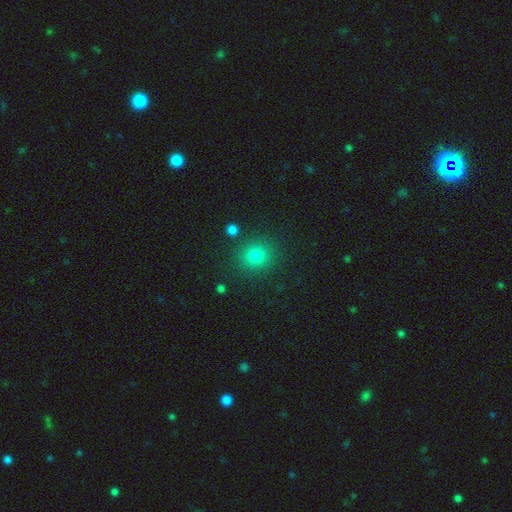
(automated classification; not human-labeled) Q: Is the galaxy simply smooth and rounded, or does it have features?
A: smooth — 80%.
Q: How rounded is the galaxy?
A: round — 87%.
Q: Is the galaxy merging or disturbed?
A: none — 85%.